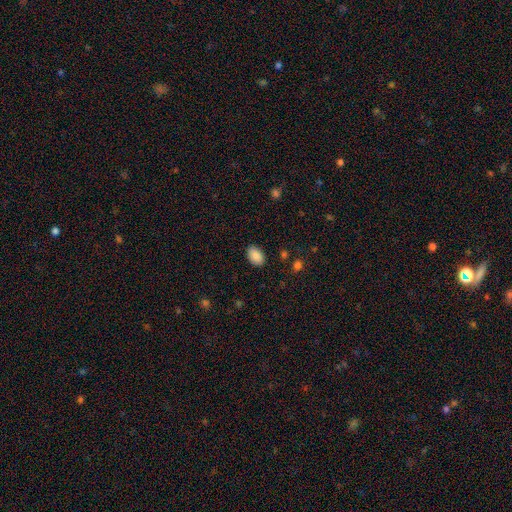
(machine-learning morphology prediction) Smooth or featured? Predicted: smooth (p=0.89). How rounded? Predicted: in between (p=0.89). Merging? Predicted: none (p=0.87).